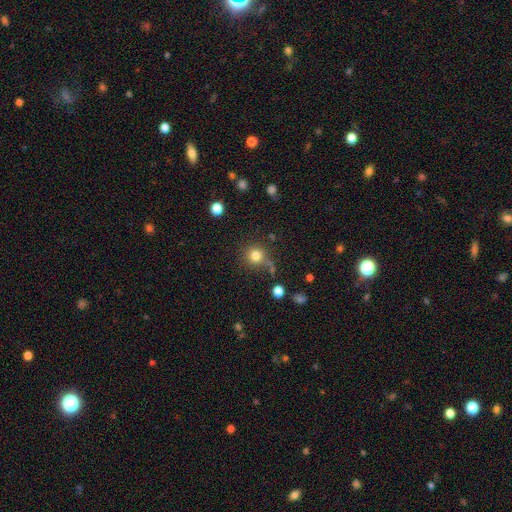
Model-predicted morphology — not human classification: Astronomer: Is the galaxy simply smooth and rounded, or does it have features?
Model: smooth — 79%.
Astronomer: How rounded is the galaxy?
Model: round — 92%.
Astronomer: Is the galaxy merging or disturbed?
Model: none — 72%.